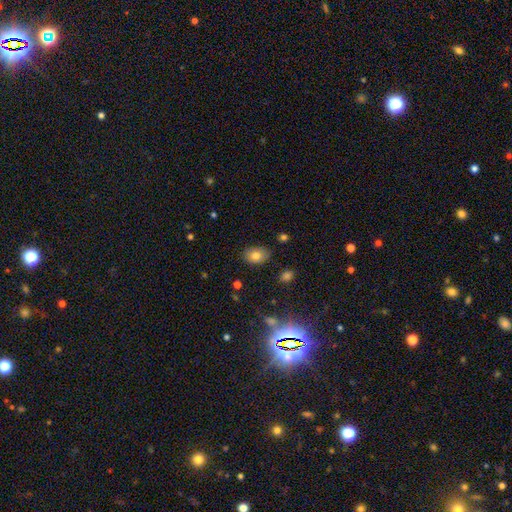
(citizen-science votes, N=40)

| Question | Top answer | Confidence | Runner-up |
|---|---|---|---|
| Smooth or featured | smooth | 85% | star or artifact (10%) |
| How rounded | in between | 85% | round (15%) |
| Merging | none | 86% | minor disturbance (6%) |